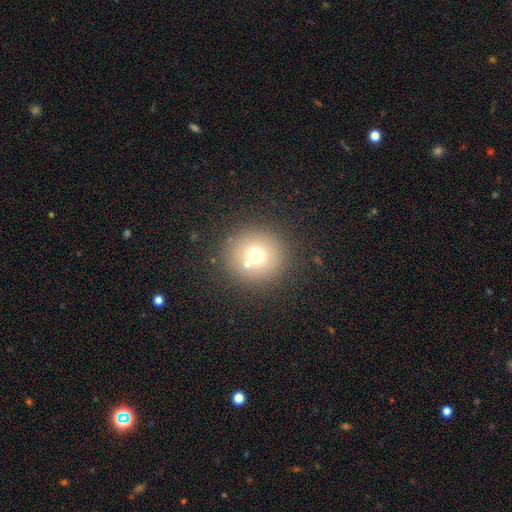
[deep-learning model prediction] Smooth or featured?
  - smooth: 68% *
  - star or artifact: 17%
  - featured or disk: 14%
How rounded?
  - round: 94% *
  - in between: 5%
  - cigar-shaped: 1%
Merging?
  - none: 81% *
  - merger: 8%
  - minor disturbance: 7%
  - major disturbance: 4%